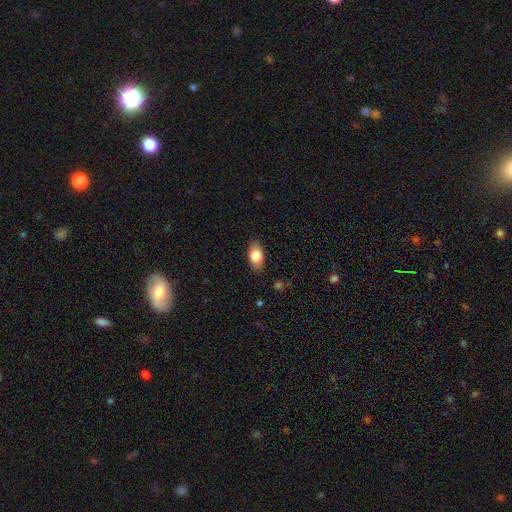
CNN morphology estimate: A smooth galaxy with no disk features (81%) that is in between round and cigar-shaped (90%).

Vote fractions:
- Smooth or featured? smooth: 81% / featured or disk: 12% / star or artifact: 7%
- How rounded? in between: 90% / round: 5% / cigar-shaped: 4%
- Merging? none: 86% / minor disturbance: 11% / major disturbance: 2% / merger: 1%